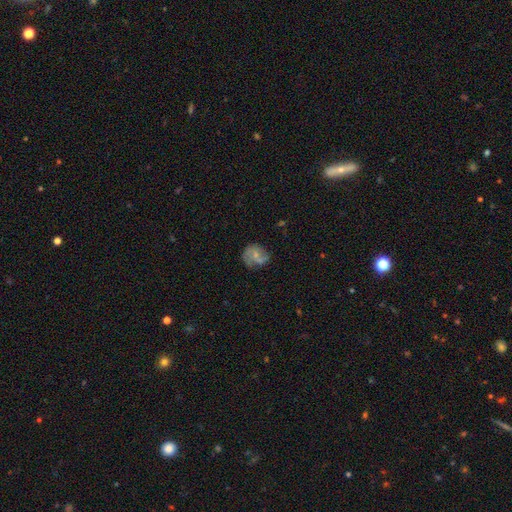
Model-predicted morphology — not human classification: smooth-or-featured: featured or disk: 52% | smooth: 40% | star or artifact: 9%
  disk-edge-on: no: 98% | yes: 2%
    bar: no: 72% | weak: 24% | strong: 4%
    has-spiral-arms: yes: 71% | no: 29%
    bulge-size: small: 60% | moderate: 27% | none: 9% | large: 2% | dominant: 1%
  merging: none: 55% | minor disturbance: 25% | major disturbance: 14% | merger: 6%